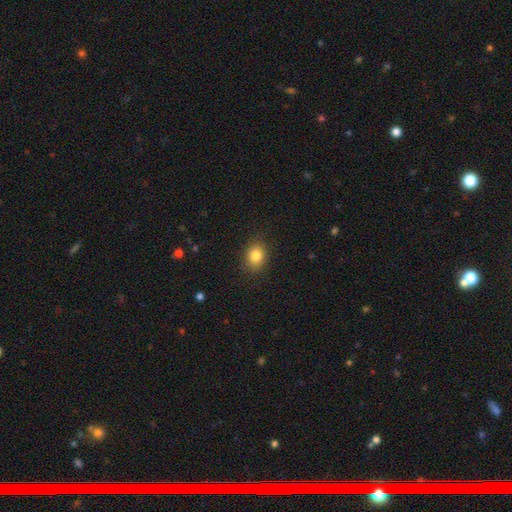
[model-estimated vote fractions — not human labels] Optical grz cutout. It shows a smooth galaxy with no disk features (84%) that is in between round and cigar-shaped (52%). Merging: none (86%).